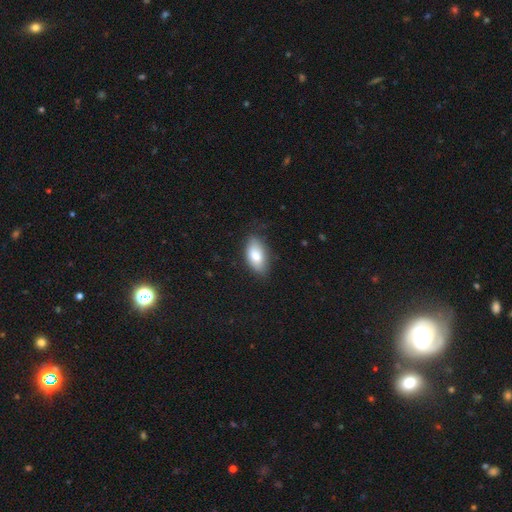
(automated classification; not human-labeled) Overall: smooth (82%). How rounded: in between (91%). Merging: none (79%).